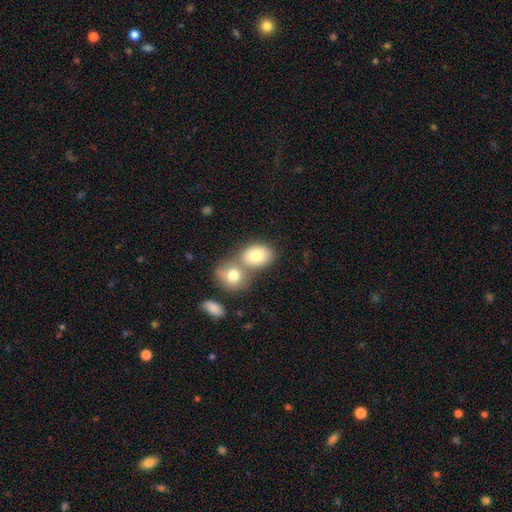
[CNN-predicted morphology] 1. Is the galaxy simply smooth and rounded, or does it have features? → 78% smooth, 13% featured or disk, 9% star or artifact.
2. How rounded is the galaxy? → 69% in between, 29% round, 1% cigar-shaped.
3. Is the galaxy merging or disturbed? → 48% merger, 40% none, 9% minor disturbance, 3% major disturbance.